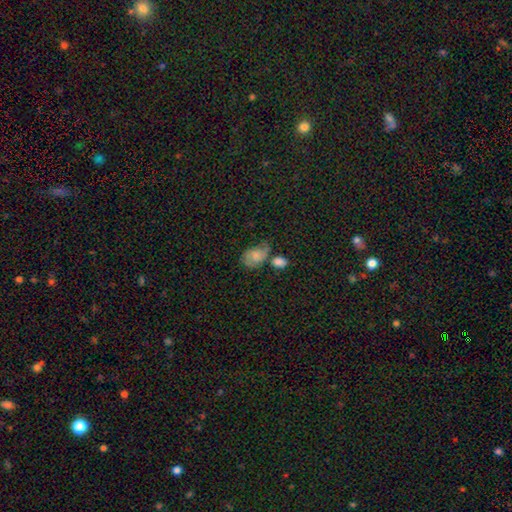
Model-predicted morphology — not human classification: smooth 54%, featured or disk 36%, star or artifact 10%. Down the decision tree: how rounded — in between (78%); merging — none (33%).